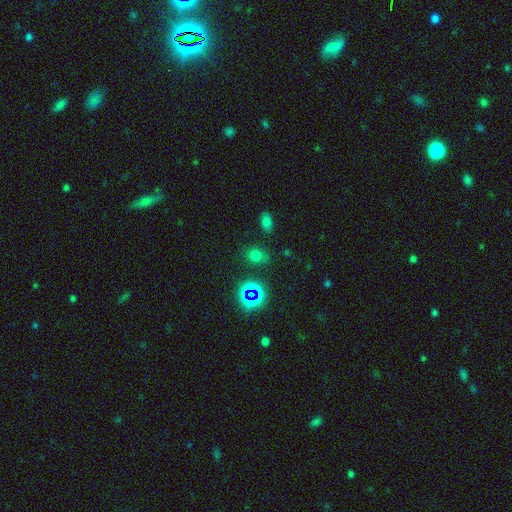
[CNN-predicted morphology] A smooth galaxy with no disk features (64%) that is round (50%).

Vote fractions:
- Smooth or featured? smooth: 64% / star or artifact: 29% / featured or disk: 7%
- How rounded? round: 50% / in between: 49% / cigar-shaped: 2%
- Merging? none: 77% / minor disturbance: 14% / major disturbance: 5% / merger: 4%